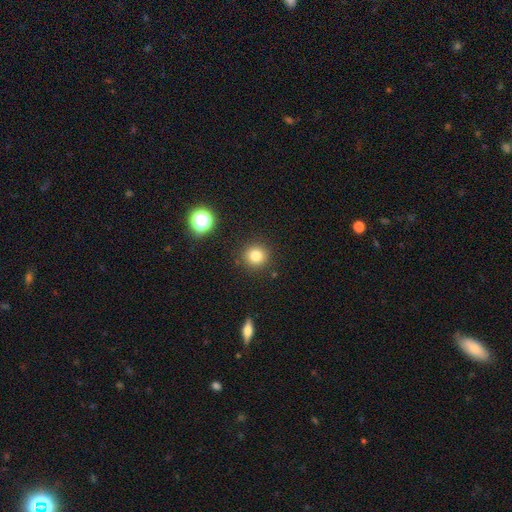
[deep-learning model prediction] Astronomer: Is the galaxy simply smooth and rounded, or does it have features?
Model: smooth — 80%.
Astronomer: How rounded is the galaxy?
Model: round — 92%.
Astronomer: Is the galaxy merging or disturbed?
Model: none — 90%.